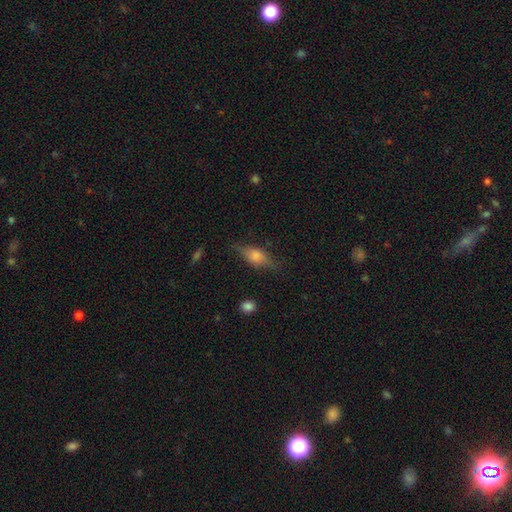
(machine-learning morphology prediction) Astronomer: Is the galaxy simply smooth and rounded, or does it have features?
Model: featured or disk — 49% (runner-up: smooth, 42%).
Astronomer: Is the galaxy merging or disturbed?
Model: none — 76%.